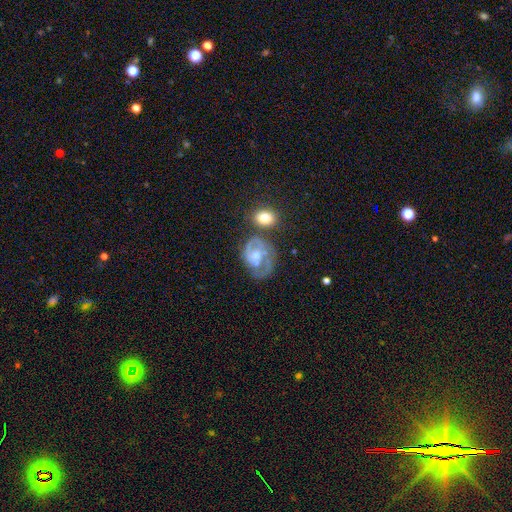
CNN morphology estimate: featured or disk 73%, smooth 20%, star or artifact 8%. Down the decision tree: edge-on disk — no (97%); bar — no (65%); spiral arms — yes (80%); spiral arm count — 2 (49%); spiral winding — medium (44%); bulge size — moderate (50%); merging — none (37%).